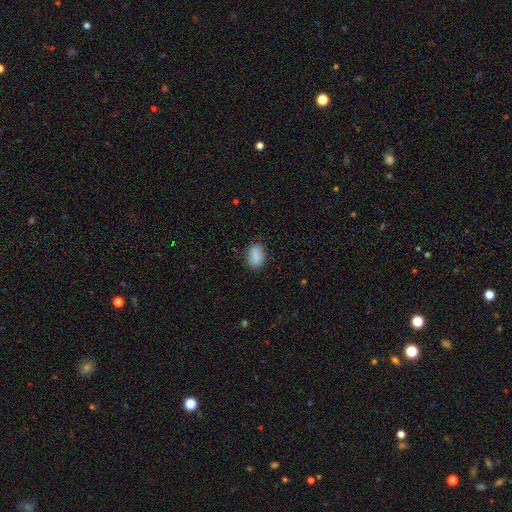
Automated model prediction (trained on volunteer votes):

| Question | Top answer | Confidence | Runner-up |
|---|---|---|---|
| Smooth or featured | smooth | 87% | star or artifact (8%) |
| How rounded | in between | 86% | round (12%) |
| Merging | none | 78% | minor disturbance (17%) |